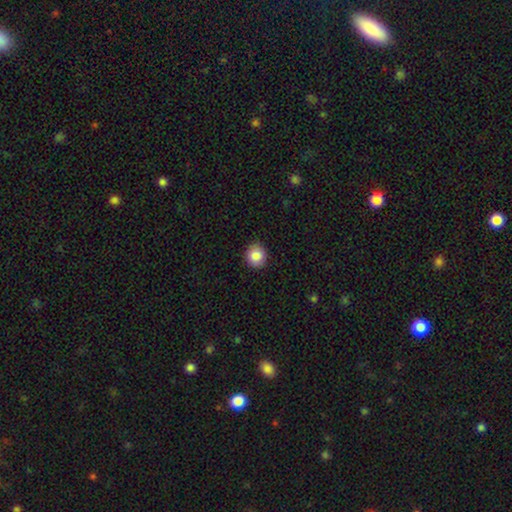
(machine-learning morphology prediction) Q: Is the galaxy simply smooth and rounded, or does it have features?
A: smooth — 85%.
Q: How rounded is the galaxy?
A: round — 84%.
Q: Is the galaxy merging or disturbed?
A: none — 90%.